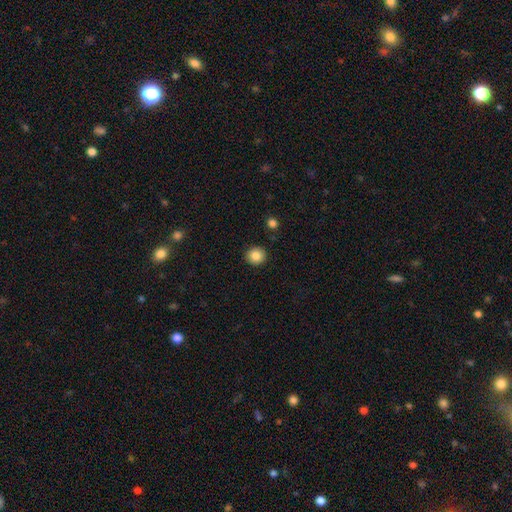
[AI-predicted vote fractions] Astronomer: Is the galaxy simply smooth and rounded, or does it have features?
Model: smooth — 85%.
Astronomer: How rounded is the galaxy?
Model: round — 88%.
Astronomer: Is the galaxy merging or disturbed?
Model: none — 92%.